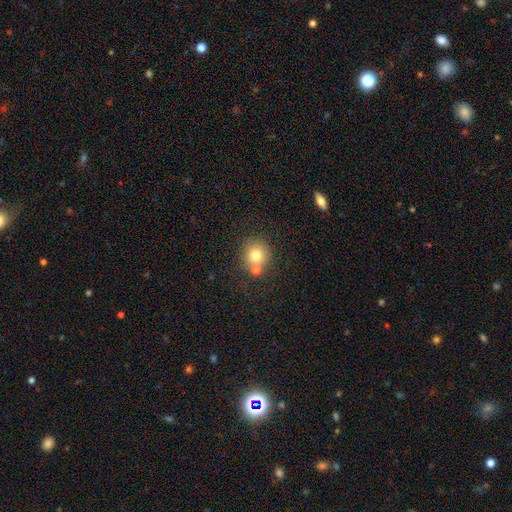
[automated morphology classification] This is likely a smooth galaxy (76%). How rounded: clearly round (89%). Merging: likely none (63%).